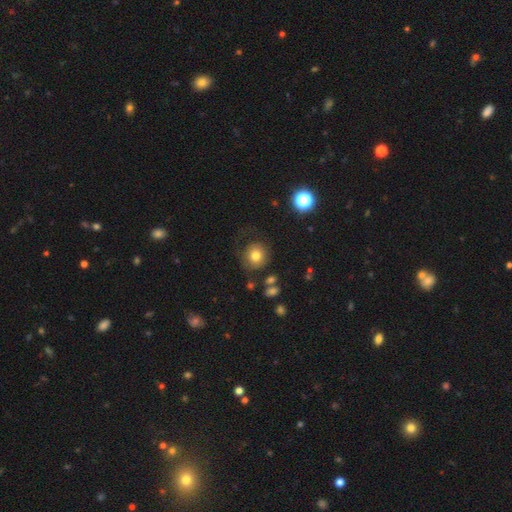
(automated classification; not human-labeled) The model was most divided on "merging": none: 66%, minor disturbance: 16%, major disturbance: 14%, merger: 3%. More confident: how rounded — round (88%); smooth or featured — smooth (74%).